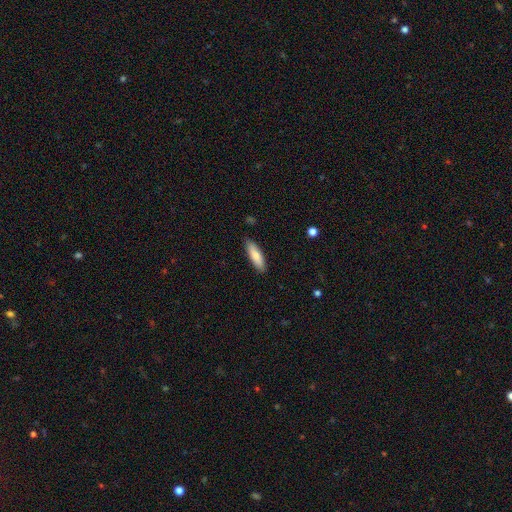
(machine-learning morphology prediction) This is likely a smooth galaxy (79%). How rounded: possibly cigar-shaped (57%). Merging: clearly none (88%).